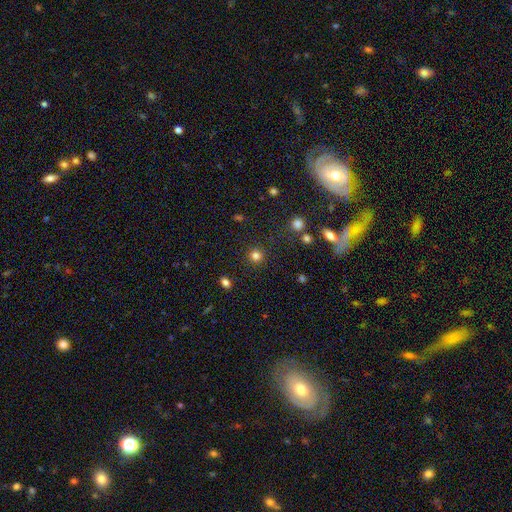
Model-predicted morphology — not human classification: A smooth galaxy with no disk features (80%) that is round (94%). Merging: none (90%).